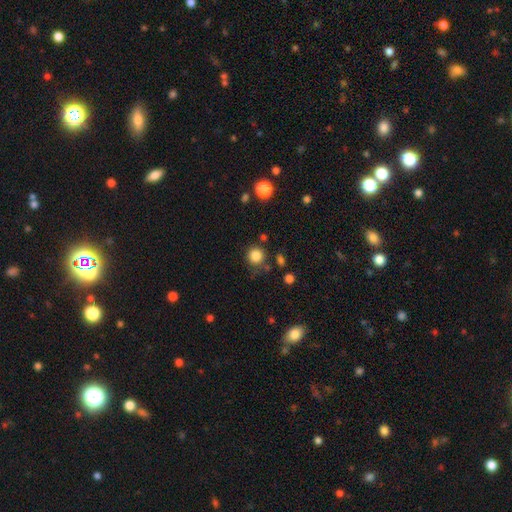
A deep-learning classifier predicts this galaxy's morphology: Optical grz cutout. It shows a smooth galaxy with no disk features (84%) that is round (92%). Merging: none (81%).